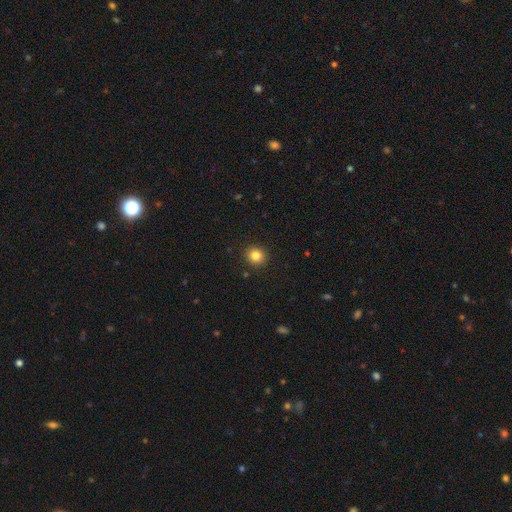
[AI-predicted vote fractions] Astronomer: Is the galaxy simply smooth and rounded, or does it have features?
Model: smooth — 83%.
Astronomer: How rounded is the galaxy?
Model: round — 89%.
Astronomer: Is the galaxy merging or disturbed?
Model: none — 91%.